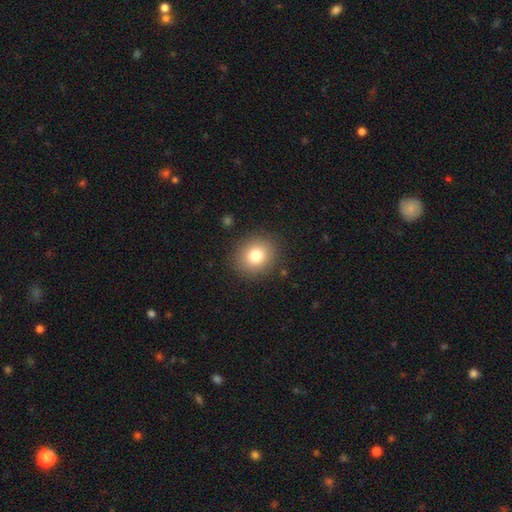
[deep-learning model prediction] smooth_or_featured: smooth (p=0.80) [alt: star or artifact p=0.11]
how_rounded: round (p=0.77) [alt: in between p=0.22]
merging: none (p=0.88) [alt: minor disturbance p=0.08]